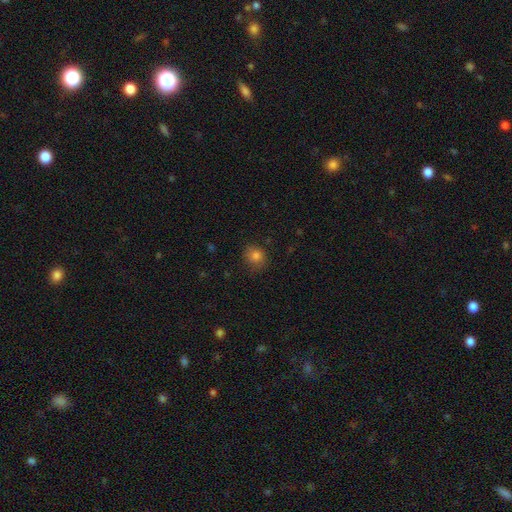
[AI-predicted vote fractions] A smooth galaxy with no disk features (82%) that is round (83%). Merging: none (78%).